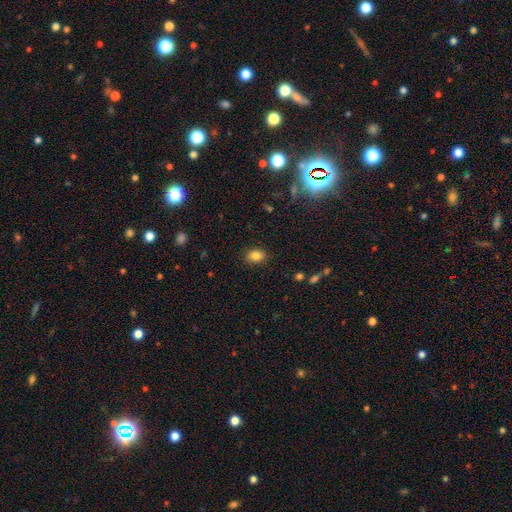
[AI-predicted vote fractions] A smooth galaxy with no disk features (84%) that is in between round and cigar-shaped (74%).

Vote fractions:
- Smooth or featured? smooth: 84% / star or artifact: 10% / featured or disk: 6%
- How rounded? in between: 74% / round: 25% / cigar-shaped: 1%
- Merging? none: 87% / minor disturbance: 10% / major disturbance: 3% / merger: 1%